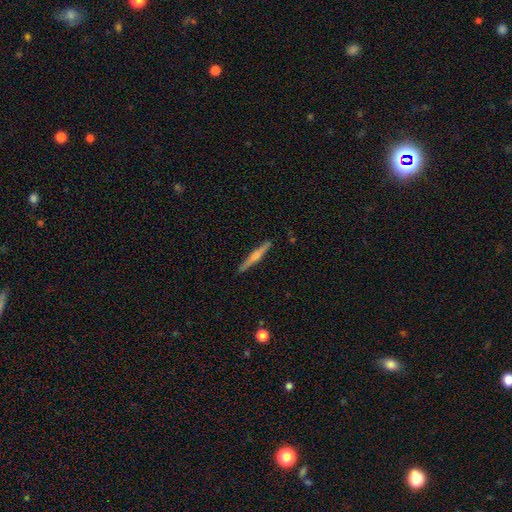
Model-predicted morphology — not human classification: smooth-or-featured: featured or disk: 68% | smooth: 26% | star or artifact: 6%
  disk-edge-on: yes: 98% | no: 2%
    edge-on-bulge: rounded: 84% | none: 9% | boxy: 7%
  merging: none: 91% | minor disturbance: 7% | major disturbance: 1% | merger: 1%